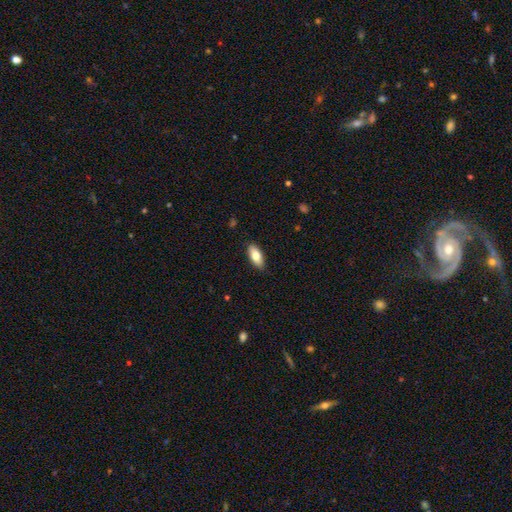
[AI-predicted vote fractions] Morphology: type=smooth (78%); roundness=in between (86%); merging=none (87%).